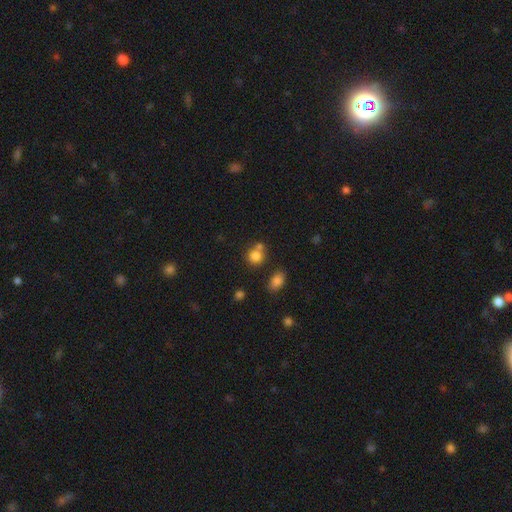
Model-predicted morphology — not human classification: Smooth or featured?
  - smooth: 81% *
  - star or artifact: 12%
  - featured or disk: 7%
How rounded?
  - round: 82% *
  - in between: 17%
  - cigar-shaped: 1%
Merging?
  - none: 55% *
  - merger: 32%
  - minor disturbance: 10%
  - major disturbance: 4%